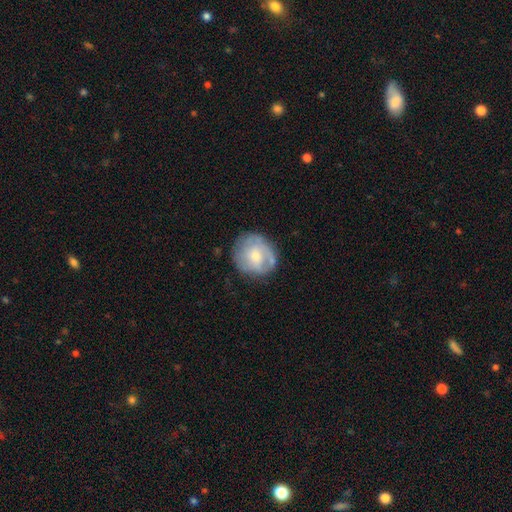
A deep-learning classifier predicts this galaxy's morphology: A featured or disk galaxy (47%).

Vote fractions:
- Smooth or featured? featured or disk: 47% / smooth: 46% / star or artifact: 7%
- Merging? none: 69% / minor disturbance: 21% / major disturbance: 8% / merger: 2%